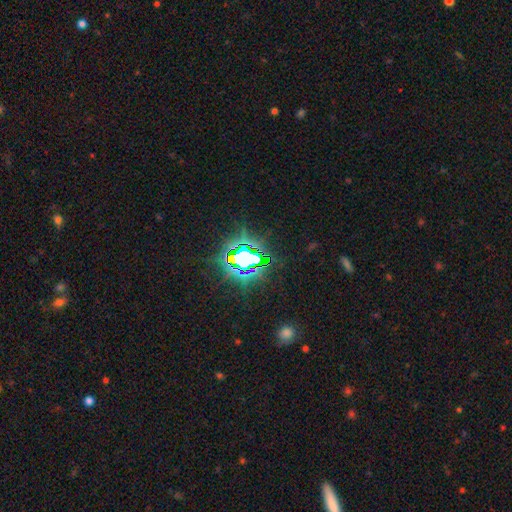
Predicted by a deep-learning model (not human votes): Smooth or featured? star or artifact (82%)